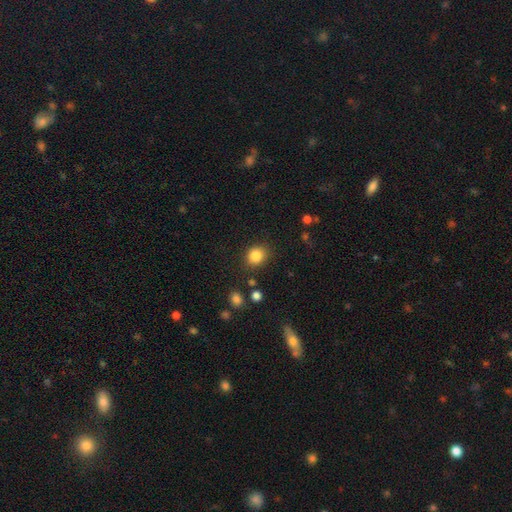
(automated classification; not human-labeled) A smooth galaxy with no disk features (85%) that is round (72%). Merging: none (83%).